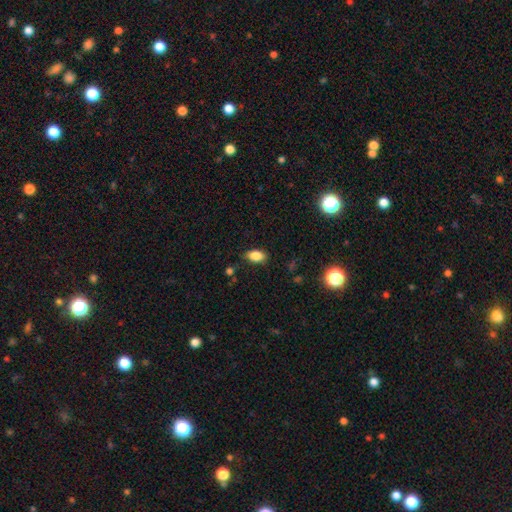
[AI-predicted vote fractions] smooth_or_featured: smooth (p=0.85) [alt: star or artifact p=0.09]
how_rounded: in between (p=0.90) [alt: round p=0.07]
merging: none (p=0.81) [alt: minor disturbance p=0.14]